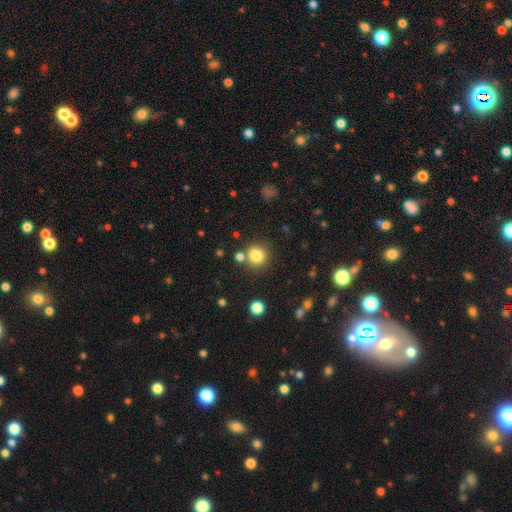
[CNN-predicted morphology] Smooth or featured? Predicted: smooth (p=0.81). How rounded? Predicted: round (p=0.85). Merging? Predicted: none (p=0.73).